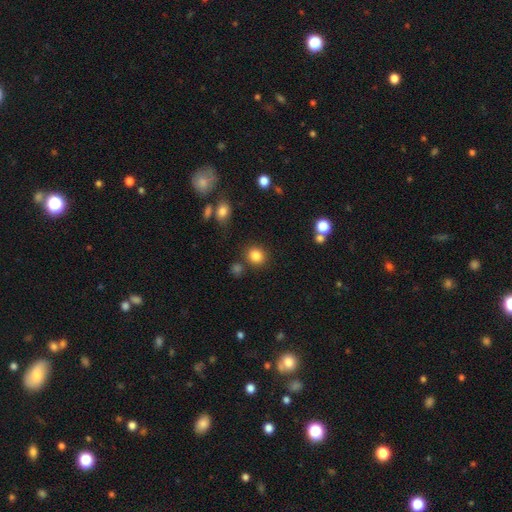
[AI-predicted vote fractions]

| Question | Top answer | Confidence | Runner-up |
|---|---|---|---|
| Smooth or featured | smooth | 84% | star or artifact (11%) |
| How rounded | round | 84% | in between (15%) |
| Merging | none | 83% | minor disturbance (8%) |